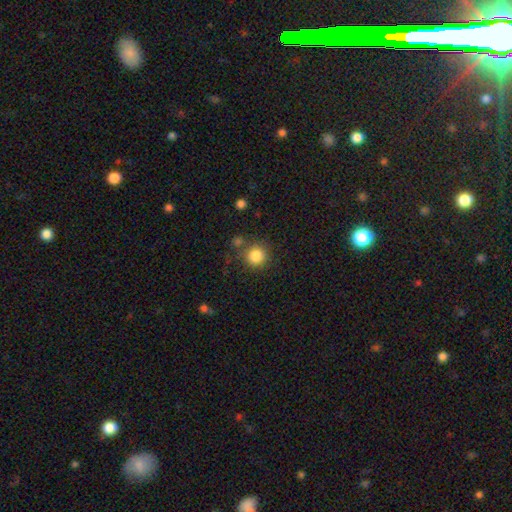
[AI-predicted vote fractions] smooth-or-featured: smooth: 84% | star or artifact: 11% | featured or disk: 5%
  how-rounded: round: 92% | in between: 7% | cigar-shaped: 1%
  merging: none: 76% | minor disturbance: 11% | merger: 9% | major disturbance: 4%